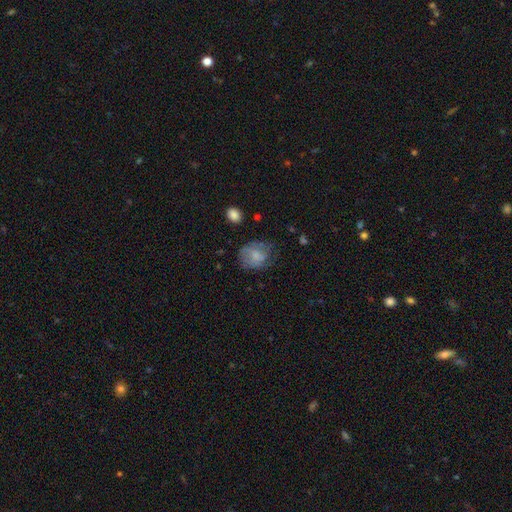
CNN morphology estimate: A smooth galaxy with no disk features (63%) that is round (60%).

Vote fractions:
- Smooth or featured? smooth: 63% / featured or disk: 28% / star or artifact: 9%
- How rounded? round: 60% / in between: 39% / cigar-shaped: 1%
- Merging? none: 53% / minor disturbance: 27% / major disturbance: 18% / merger: 2%